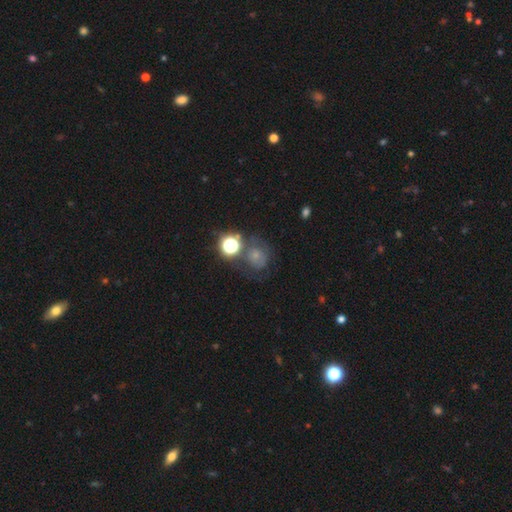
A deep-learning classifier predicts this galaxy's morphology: A smooth galaxy with no disk features (56%) that is round (76%).

Vote fractions:
- Smooth or featured? smooth: 56% / star or artifact: 24% / featured or disk: 20%
- How rounded? round: 76% / in between: 23% / cigar-shaped: 1%
- Merging? none: 50% / minor disturbance: 19% / merger: 16% / major disturbance: 15%